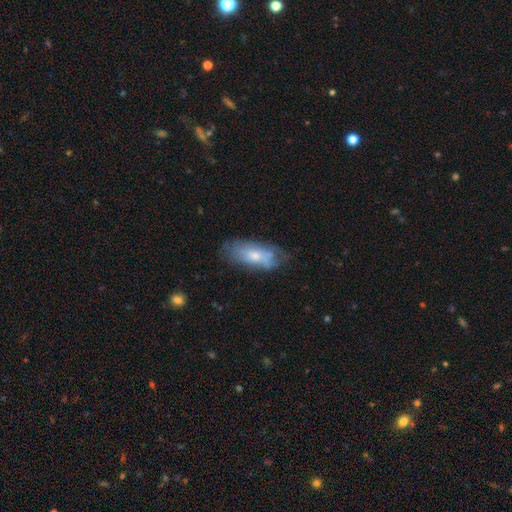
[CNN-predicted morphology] Q: Smooth or featured?
A: smooth (58%); runner-up: featured or disk (35%)
Q: How rounded?
A: in between (80%); runner-up: cigar-shaped (17%)
Q: Merging?
A: none (59%); runner-up: minor disturbance (27%)